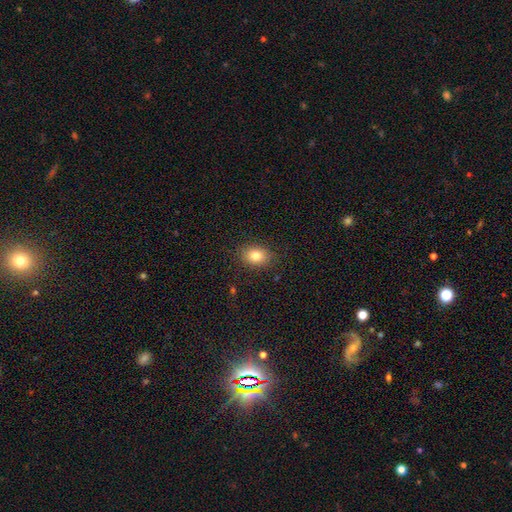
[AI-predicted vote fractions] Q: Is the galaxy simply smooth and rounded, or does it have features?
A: smooth — 81%.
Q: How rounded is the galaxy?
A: in between — 71%.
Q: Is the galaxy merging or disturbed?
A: none — 87%.